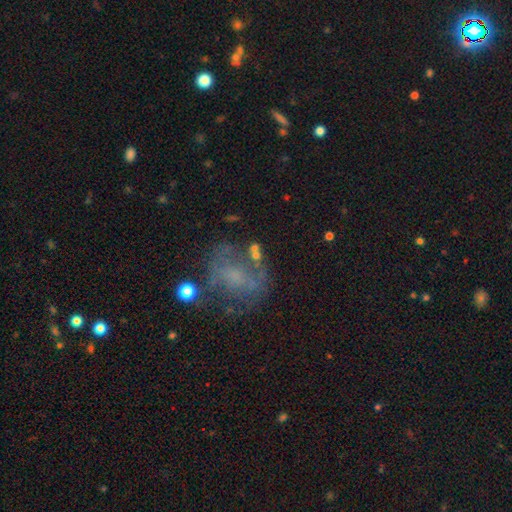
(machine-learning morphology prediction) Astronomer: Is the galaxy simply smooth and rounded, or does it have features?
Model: featured or disk — 44% (runner-up: smooth, 39%).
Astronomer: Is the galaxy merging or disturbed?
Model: none — 48%.